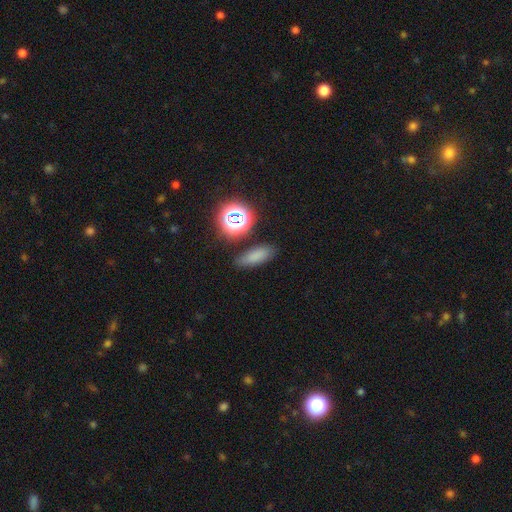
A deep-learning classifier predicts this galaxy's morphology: Smooth or featured? smooth (72%)
How rounded? in between (62%)
Merging? none (81%)